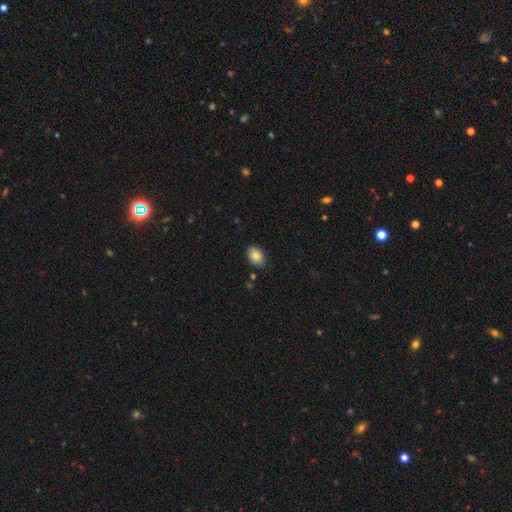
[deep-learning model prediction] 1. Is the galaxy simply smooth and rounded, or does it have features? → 84% smooth, 8% featured or disk, 8% star or artifact.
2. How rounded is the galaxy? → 85% in between, 14% round, 1% cigar-shaped.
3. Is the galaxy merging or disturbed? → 83% none, 13% minor disturbance, 2% major disturbance, 2% merger.